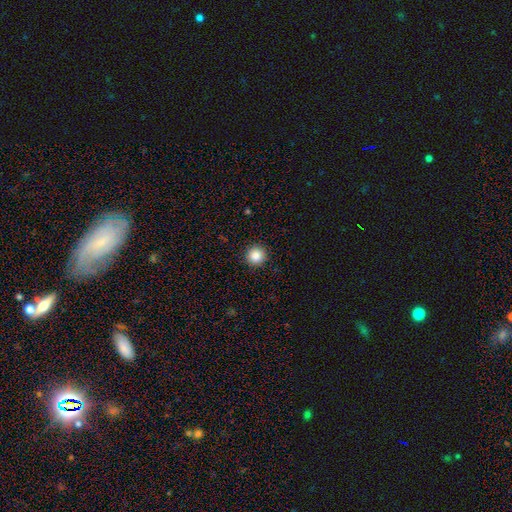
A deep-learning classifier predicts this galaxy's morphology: This is clearly a smooth galaxy (86%). How rounded: clearly round (96%). Merging: clearly none (92%).